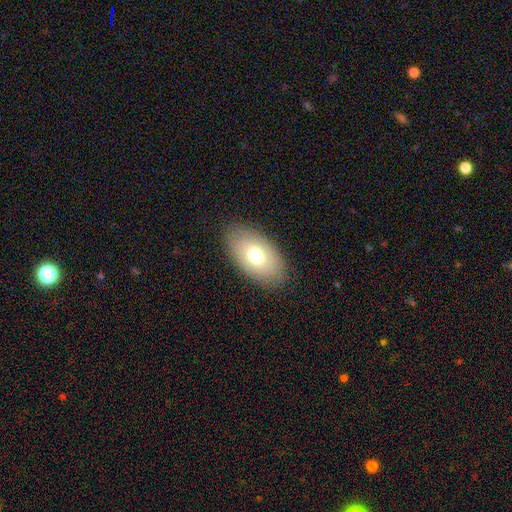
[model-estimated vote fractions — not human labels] smooth-or-featured: smooth: 70% | featured or disk: 22% | star or artifact: 8%
  how-rounded: in between: 93% | round: 5% | cigar-shaped: 2%
  merging: none: 85% | minor disturbance: 10% | major disturbance: 4% | merger: 1%